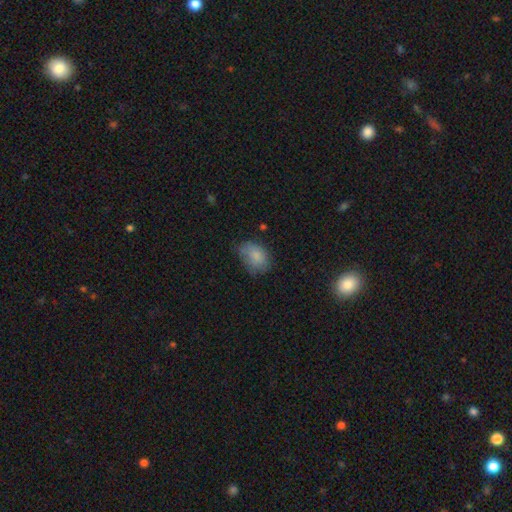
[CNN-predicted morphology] Overall: smooth (82%). How rounded: in between (78%). Merging: none (58%; minor disturbance 31%).